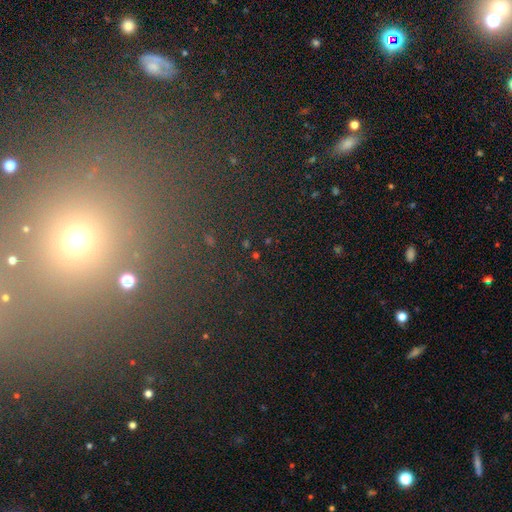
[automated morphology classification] The model was most divided on "smooth or featured": star or artifact: 70%, smooth: 19%, featured or disk: 11%.